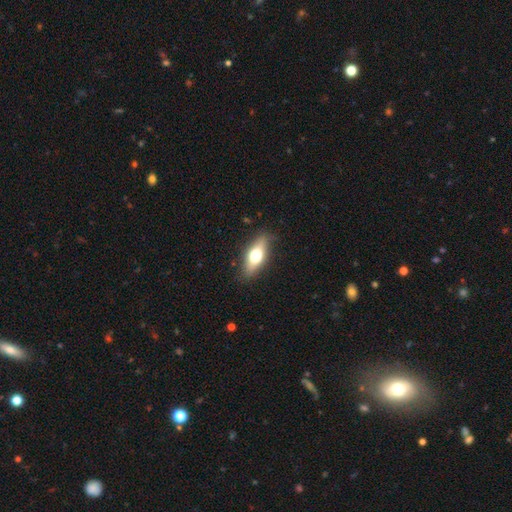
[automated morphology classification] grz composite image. It shows a smooth galaxy with no disk features (57%) that is in between round and cigar-shaped (68%). Merging: none (85%).